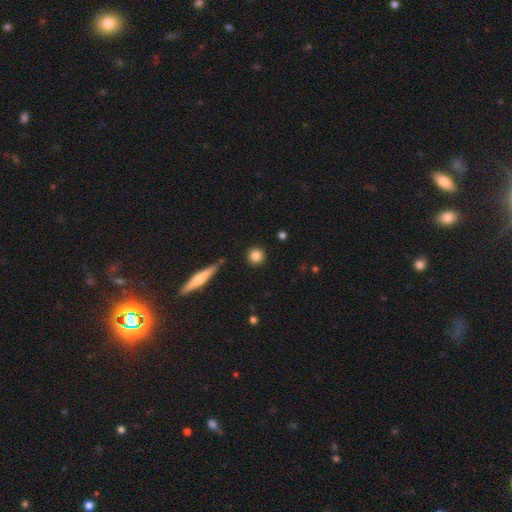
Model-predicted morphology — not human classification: Smooth or featured: smooth — 84% (star or artifact — 9%)
How rounded: round — 92% (in between — 6%)
Merging: none — 89% (minor disturbance — 6%)